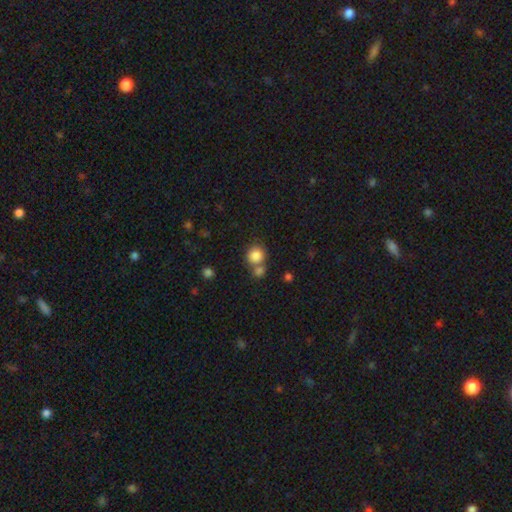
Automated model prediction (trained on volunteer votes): Morphology: type=smooth (84%); roundness=round (86%); merging=none (54%).